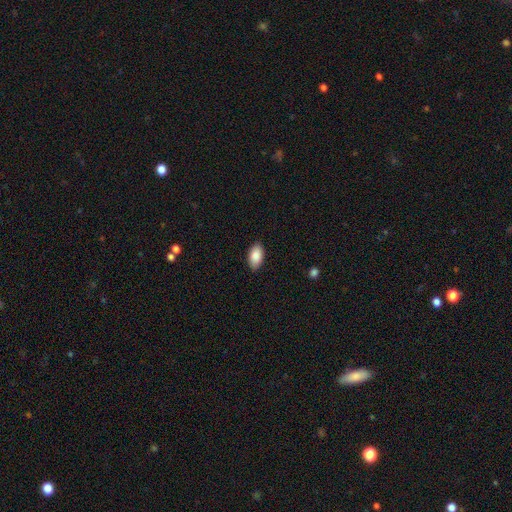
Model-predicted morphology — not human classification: type=smooth (88%); roundness=in between (94%); merging=none (88%).